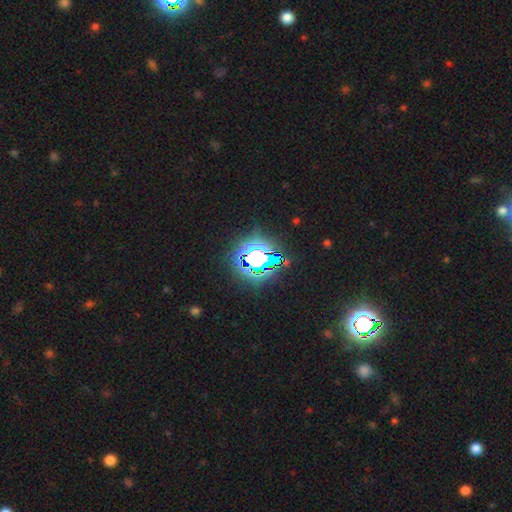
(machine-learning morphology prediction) Smooth or featured?
  - star or artifact: 73% *
  - smooth: 16%
  - featured or disk: 12%